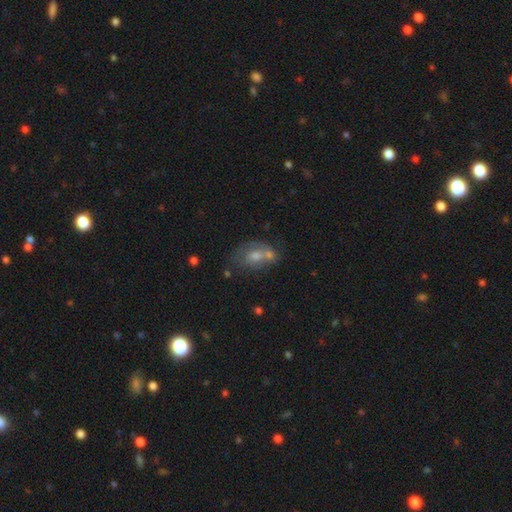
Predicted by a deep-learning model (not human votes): The model was most divided on "merging": merger: 39%, none: 35%, minor disturbance: 16%, major disturbance: 10%. More confident: how rounded — in between (75%); smooth or featured — smooth (52%).